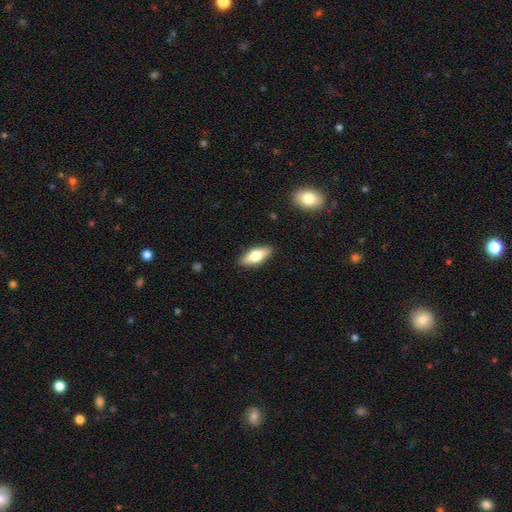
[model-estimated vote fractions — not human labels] smooth_or_featured: smooth (p=0.60) [alt: featured or disk p=0.33]
how_rounded: in between (p=0.69) [alt: cigar-shaped p=0.28]
merging: none (p=0.88) [alt: minor disturbance p=0.09]